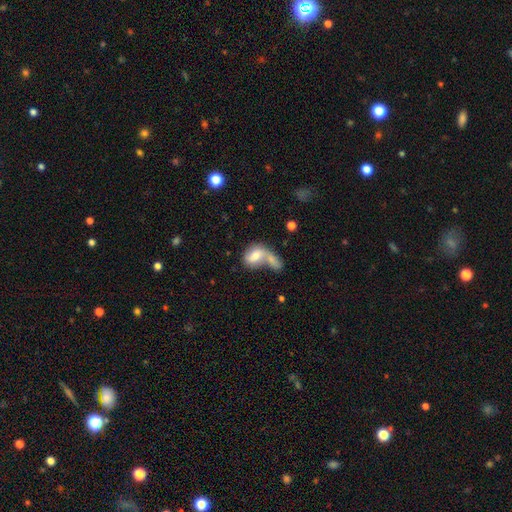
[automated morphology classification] This appears to be a smooth galaxy with no disk features (65%) that is in between round and cigar-shaped (78%). Merging: merger (64%).